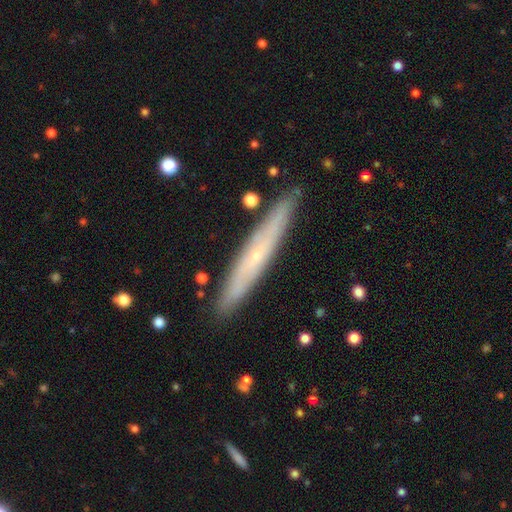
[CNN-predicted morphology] The model was most divided on "edge-on bulge": rounded: 54%, none: 44%, boxy: 2%. More confident: merging — none (88%); edge-on disk — yes (85%); smooth or featured — featured or disk (61%).